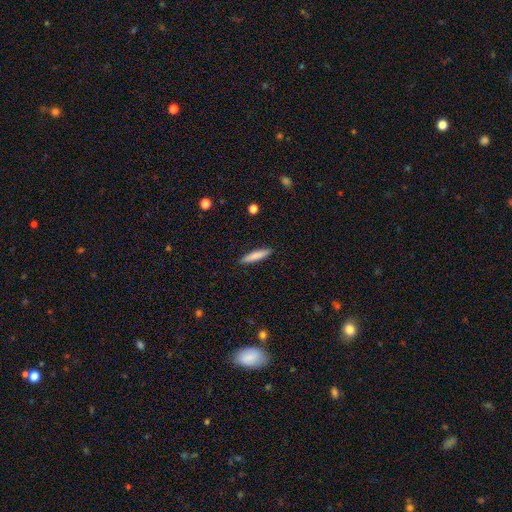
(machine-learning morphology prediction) smooth-or-featured: smooth: 80% | featured or disk: 14% | star or artifact: 6%
  how-rounded: cigar-shaped: 86% | in between: 12% | round: 1%
  merging: none: 90% | minor disturbance: 7% | major disturbance: 2% | merger: 1%